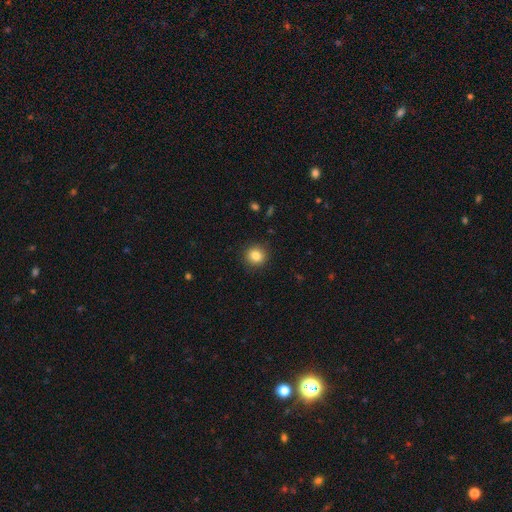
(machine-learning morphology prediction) Smooth or featured? smooth (84%)
How rounded? round (90%)
Merging? none (91%)